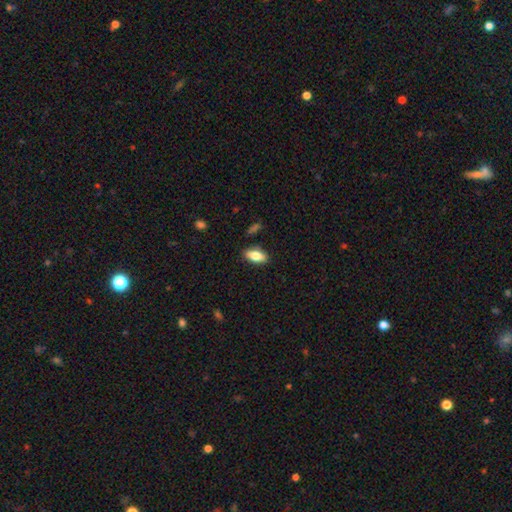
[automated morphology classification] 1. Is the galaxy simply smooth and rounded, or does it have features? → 77% smooth, 16% featured or disk, 7% star or artifact.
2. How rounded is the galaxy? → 86% in between, 11% cigar-shaped, 3% round.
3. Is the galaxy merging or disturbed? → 86% none, 10% minor disturbance, 2% major disturbance, 2% merger.